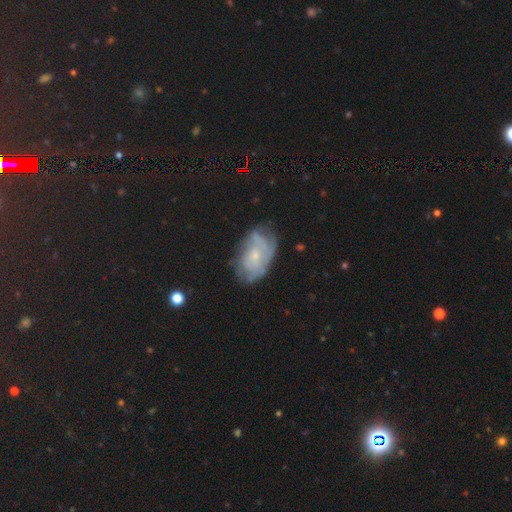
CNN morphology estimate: Q: Smooth or featured?
A: featured or disk (61%); runner-up: smooth (29%)
Q: Edge-on disk?
A: no (95%); runner-up: yes (5%)
Q: Bar?
A: no (79%); runner-up: weak (19%)
Q: Spiral arms?
A: yes (68%); runner-up: no (32%)
Q: Bulge size?
A: small (66%); runner-up: moderate (26%)
Q: Merging?
A: none (59%); runner-up: minor disturbance (26%)